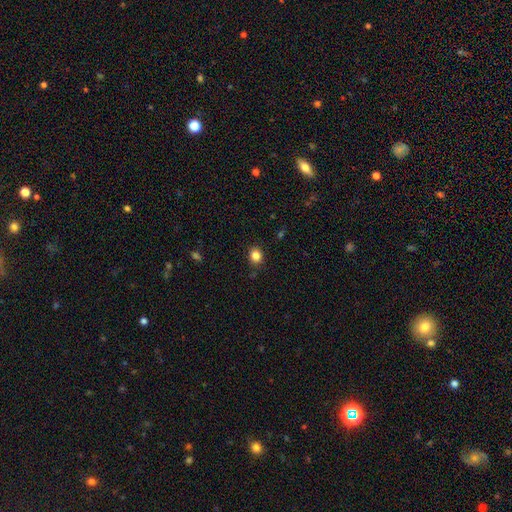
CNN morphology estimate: Smooth or featured?
  - smooth: 84% *
  - star or artifact: 11%
  - featured or disk: 5%
How rounded?
  - round: 67% *
  - in between: 32%
  - cigar-shaped: 1%
Merging?
  - none: 87% *
  - minor disturbance: 9%
  - major disturbance: 2%
  - merger: 1%